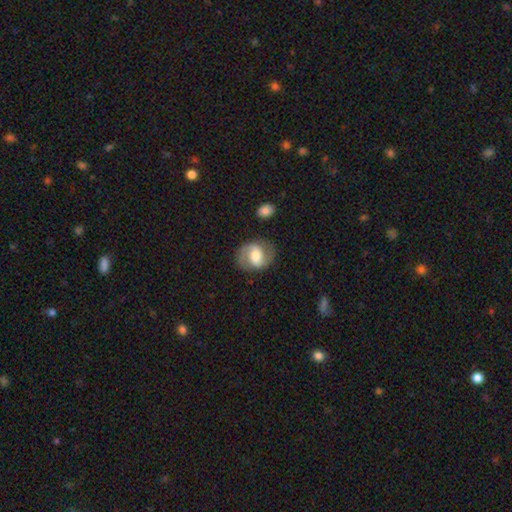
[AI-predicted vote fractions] Smooth or featured? Predicted: featured or disk (p=0.70). Edge-on disk? Predicted: no (p=0.97). Bar? Predicted: weak (p=0.48). Spiral arms? Predicted: yes (p=0.90). Spiral winding? Predicted: medium (p=0.52). Spiral arm count? Predicted: 2 (p=0.89). Bulge size? Predicted: moderate (p=0.53). Merging? Predicted: none (p=0.79).